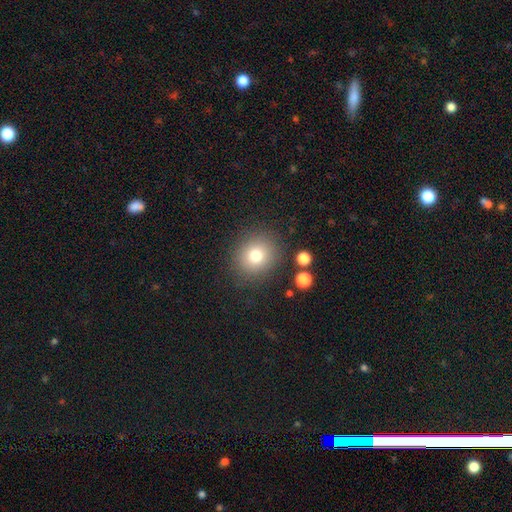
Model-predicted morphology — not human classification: A smooth galaxy with no disk features (77%) that is round (79%). Merging: none (85%).